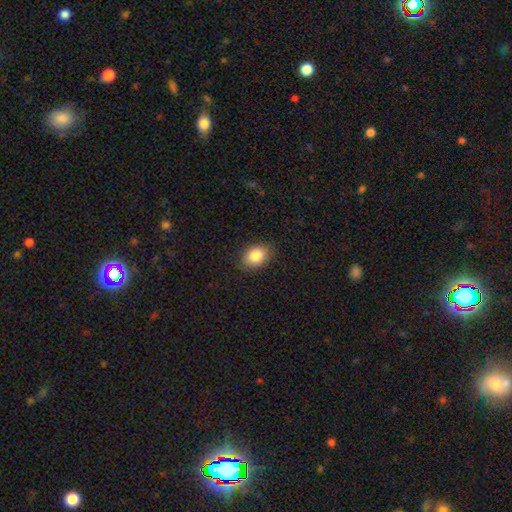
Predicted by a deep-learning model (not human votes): Overall: smooth (85%). How rounded: in between (75%). Merging: none (87%).